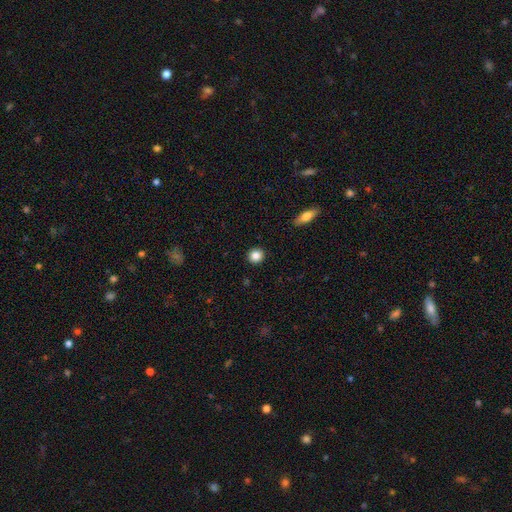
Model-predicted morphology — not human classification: This is clearly a smooth galaxy (85%). How rounded: clearly round (90%). Merging: clearly none (92%).